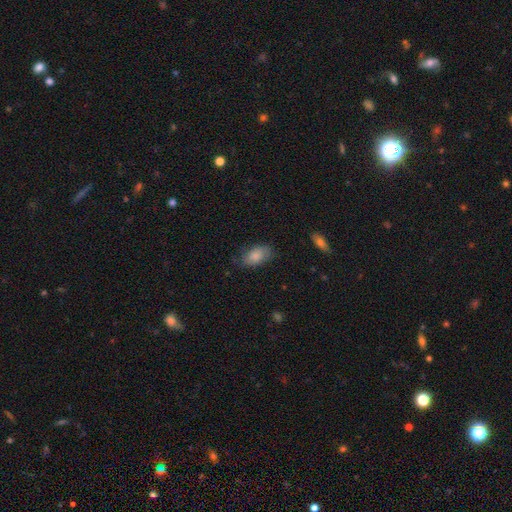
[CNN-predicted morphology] A smooth galaxy with no disk features (84%) that is in between round and cigar-shaped (91%). Merging: none (70%).